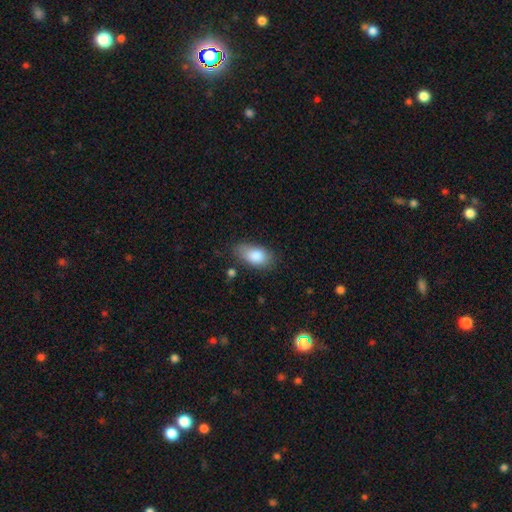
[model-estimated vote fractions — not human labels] smooth 84%, featured or disk 9%, star or artifact 7%. Down the decision tree: how rounded — in between (92%); merging — none (70%).